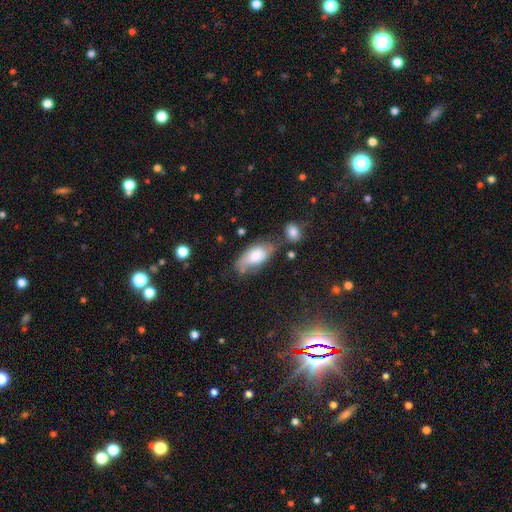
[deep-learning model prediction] A smooth galaxy with no disk features (70%) that is in between round and cigar-shaped (90%).

Vote fractions:
- Smooth or featured? smooth: 70% / featured or disk: 23% / star or artifact: 7%
- How rounded? in between: 90% / cigar-shaped: 6% / round: 3%
- Merging? none: 45% / minor disturbance: 29% / major disturbance: 14% / merger: 12%